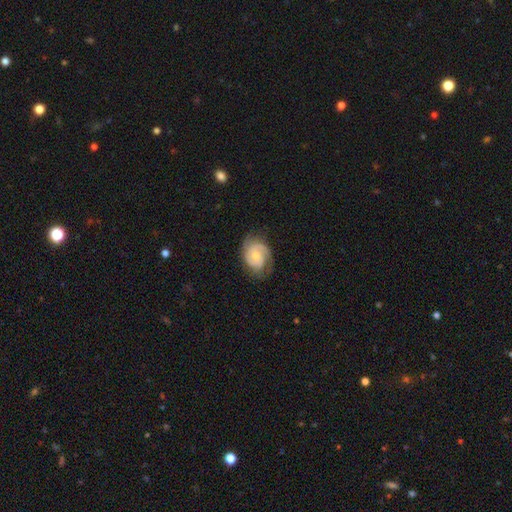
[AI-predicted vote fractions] Smooth or featured?
  - featured or disk: 81% *
  - smooth: 14%
  - star or artifact: 5%
Edge-on disk?
  - no: 98% *
  - yes: 2%
Bar?
  - no: 70% *
  - weak: 26%
  - strong: 4%
Spiral arms?
  - yes: 95% *
  - no: 5%
Spiral winding?
  - tight: 55% *
  - medium: 35%
  - loose: 10%
Spiral arm count?
  - 2: 70% *
  - can't tell: 11%
  - 3: 9%
  - 1: 6%
  - 4: 2%
  - more than 4: 2%
Bulge size?
  - moderate: 52% *
  - small: 44%
  - large: 2%
  - none: 1%
  - dominant: 1%
Merging?
  - none: 70% *
  - minor disturbance: 21%
  - major disturbance: 8%
  - merger: 1%